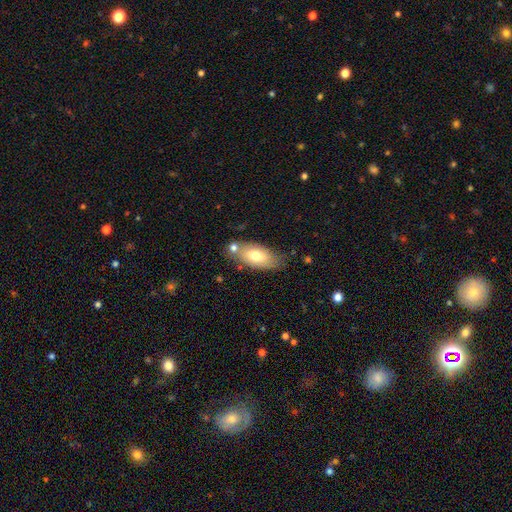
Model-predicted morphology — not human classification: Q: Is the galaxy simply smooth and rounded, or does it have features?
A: smooth — 67%.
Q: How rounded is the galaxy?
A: in between — 89%.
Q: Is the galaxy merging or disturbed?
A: none — 62%.